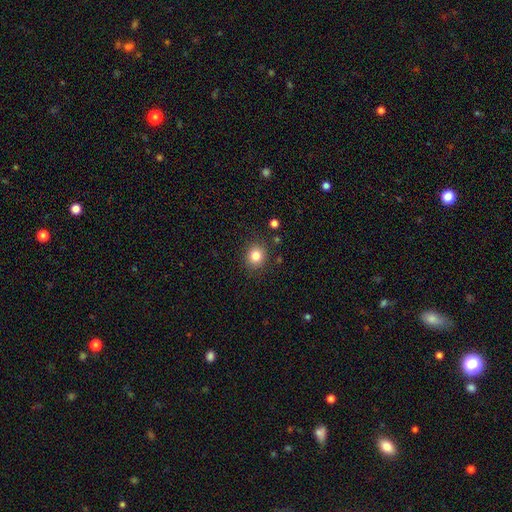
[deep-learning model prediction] This appears to be a smooth galaxy with no disk features (82%) that is round (78%). Merging: none (87%).